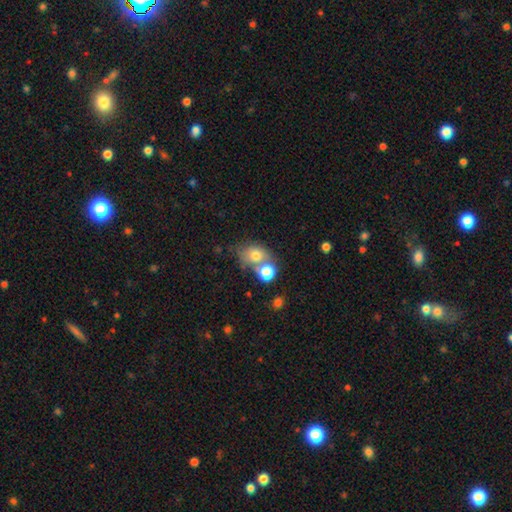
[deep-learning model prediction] Smooth or featured: smooth — 71% (featured or disk — 17%)
How rounded: in between — 50% (round — 49%)
Merging: none — 41% (merger — 39%)